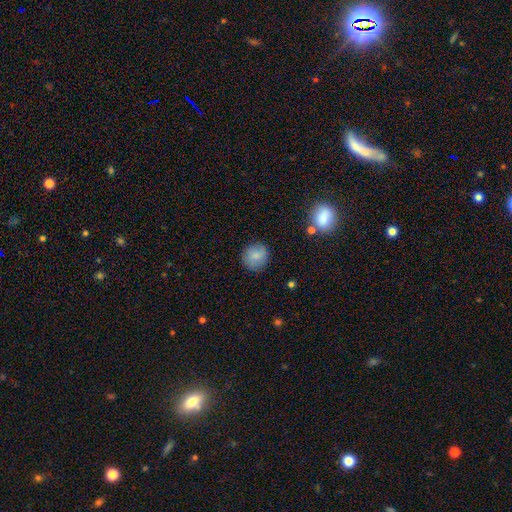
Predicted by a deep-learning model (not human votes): The model was most divided on "merging": none: 85%, minor disturbance: 11%, major disturbance: 3%, merger: 2%. More confident: how rounded — round (88%); smooth or featured — smooth (84%).